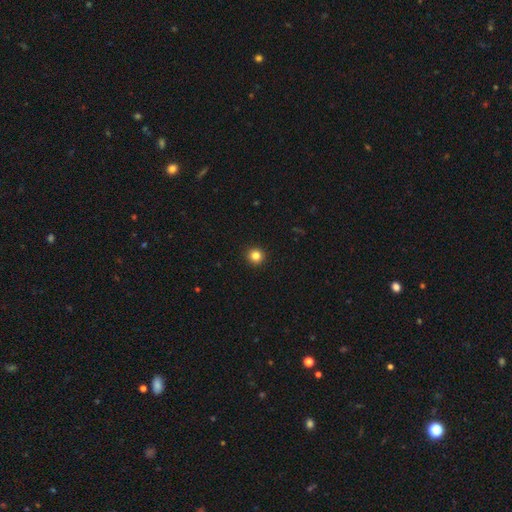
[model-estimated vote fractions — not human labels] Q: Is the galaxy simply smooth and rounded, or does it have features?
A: smooth — 83%.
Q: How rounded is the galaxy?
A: round — 95%.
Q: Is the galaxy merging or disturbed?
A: none — 94%.